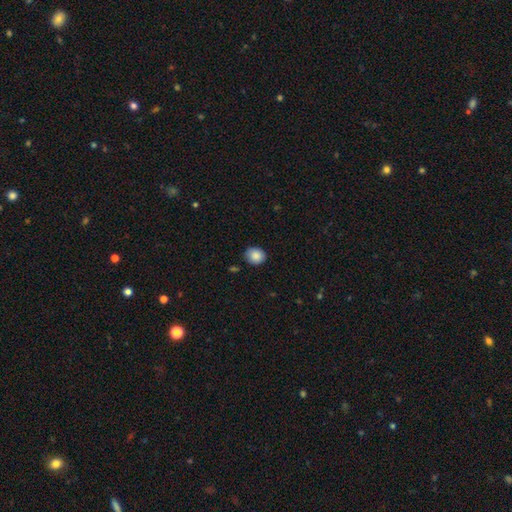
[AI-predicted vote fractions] A smooth galaxy with no disk features (87%) that is round (72%). Merging: none (85%).